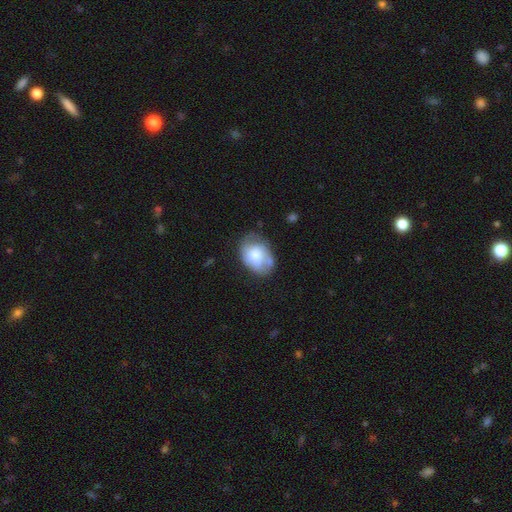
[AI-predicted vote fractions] Smooth or featured? smooth (60%)
How rounded? in between (73%)
Merging? none (48%)